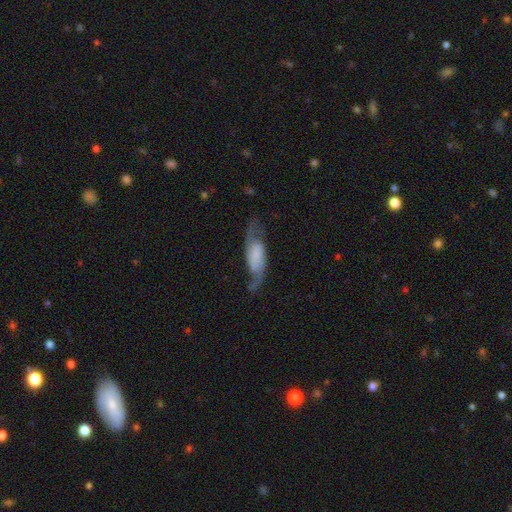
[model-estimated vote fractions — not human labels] Smooth or featured? Predicted: featured or disk (p=0.76). Edge-on disk? Predicted: no (p=0.90). Bar? Predicted: no (p=0.46). Spiral arms? Predicted: yes (p=0.94). Spiral winding? Predicted: loose (p=0.57). Spiral arm count? Predicted: 2 (p=0.91). Bulge size? Predicted: none (p=0.43). Merging? Predicted: none (p=0.67).